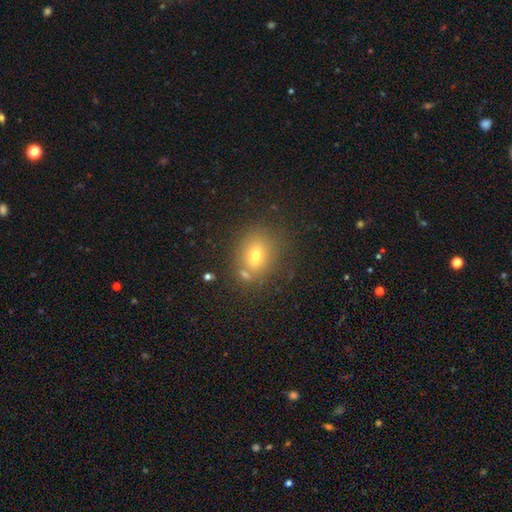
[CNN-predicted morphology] The model was most divided on "how rounded": round: 56%, in between: 42%, cigar-shaped: 1%. More confident: merging — none (73%); smooth or featured — smooth (66%).